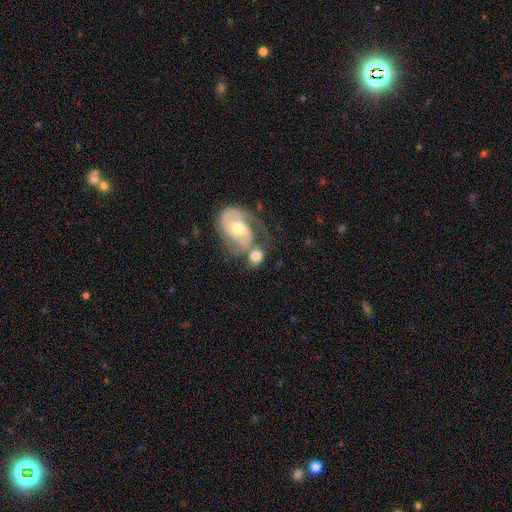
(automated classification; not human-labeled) The model was most divided on "merging": merger: 39%, none: 37%, minor disturbance: 15%, major disturbance: 9%. More confident: how rounded — in between (56%); smooth or featured — smooth (51%).